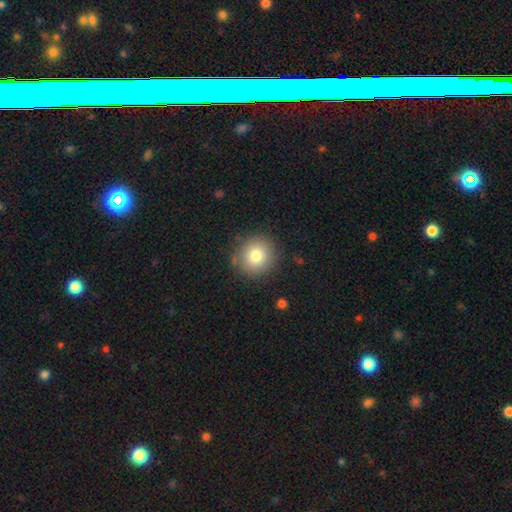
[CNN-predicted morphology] This appears to be a smooth galaxy with no disk features (80%) that is round (91%). Merging: none (85%).